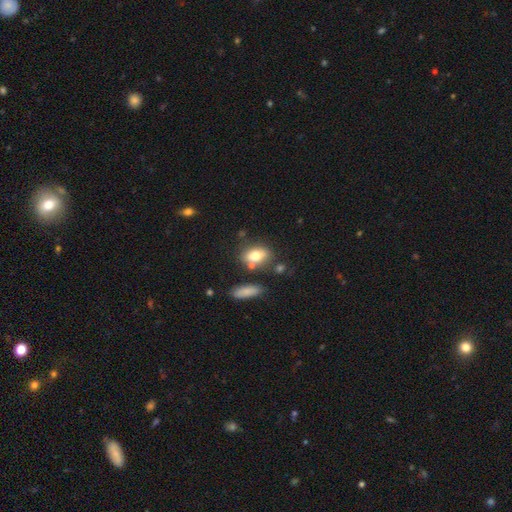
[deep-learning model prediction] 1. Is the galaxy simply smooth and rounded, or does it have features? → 74% smooth, 17% featured or disk, 9% star or artifact.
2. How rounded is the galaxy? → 78% in between, 16% round, 6% cigar-shaped.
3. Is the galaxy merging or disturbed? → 68% none, 14% minor disturbance, 13% merger, 4% major disturbance.